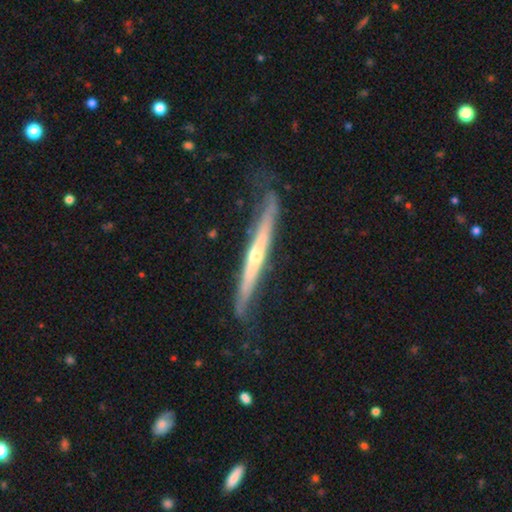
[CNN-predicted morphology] Smooth or featured? Predicted: featured or disk (p=0.76). Edge-on disk? Predicted: yes (p=0.92). Edge-on bulge? Predicted: rounded (p=0.67). Merging? Predicted: none (p=0.69).